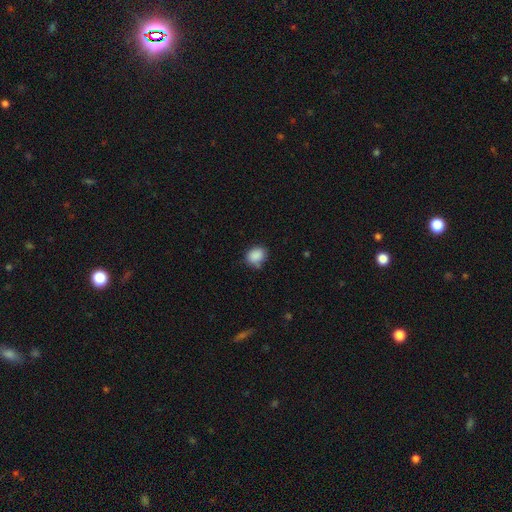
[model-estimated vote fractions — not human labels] Smooth or featured: smooth — 87% (star or artifact — 9%)
How rounded: round — 53% (in between — 46%)
Merging: none — 66% (minor disturbance — 26%)